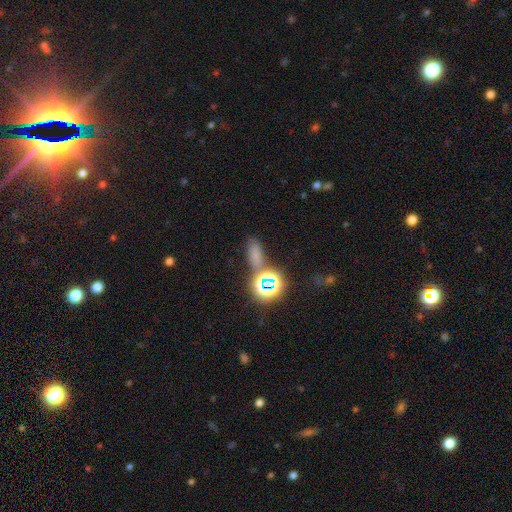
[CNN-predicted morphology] A smooth galaxy with no disk features (58%) that is in between round and cigar-shaped (67%). Merging: none (66%).